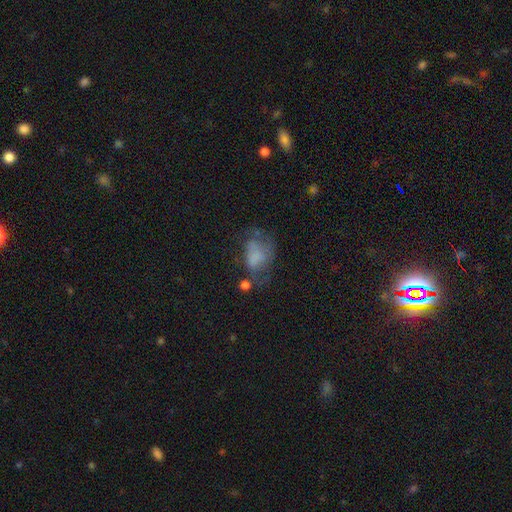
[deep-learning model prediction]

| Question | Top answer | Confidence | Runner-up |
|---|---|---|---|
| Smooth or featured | smooth | 55% | featured or disk (31%) |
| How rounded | in between | 77% | round (22%) |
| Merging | major disturbance | 38% | none (28%) |